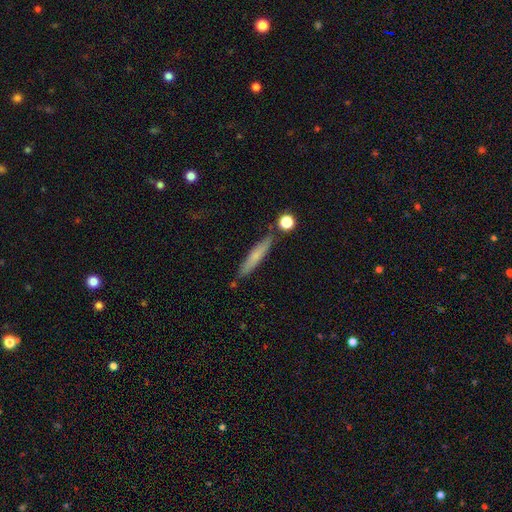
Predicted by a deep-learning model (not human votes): The model was most divided on "smooth or featured": smooth: 65%, featured or disk: 28%, star or artifact: 7%. More confident: how rounded — cigar-shaped (92%); merging — none (80%).